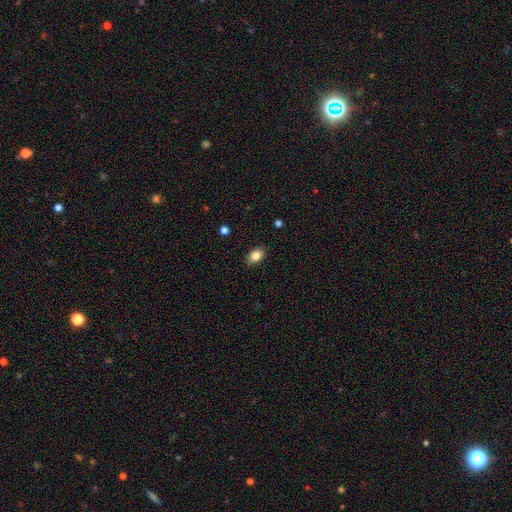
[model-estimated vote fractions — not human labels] The model was most divided on "how rounded": in between: 79%, round: 20%, cigar-shaped: 1%. More confident: merging — none (86%); smooth or featured — smooth (84%).